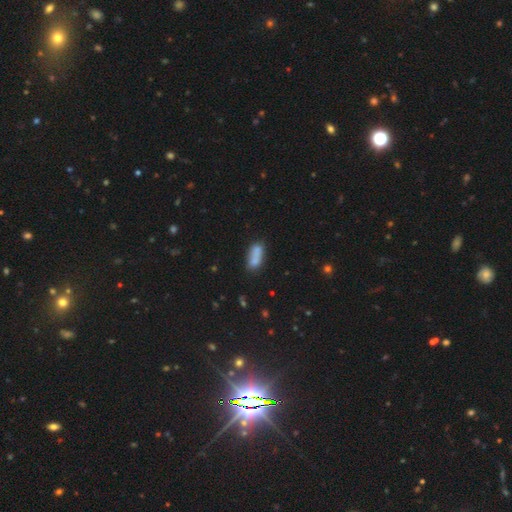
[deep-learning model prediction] Smooth or featured? smooth (75%)
How rounded? in between (75%)
Merging? none (44%)